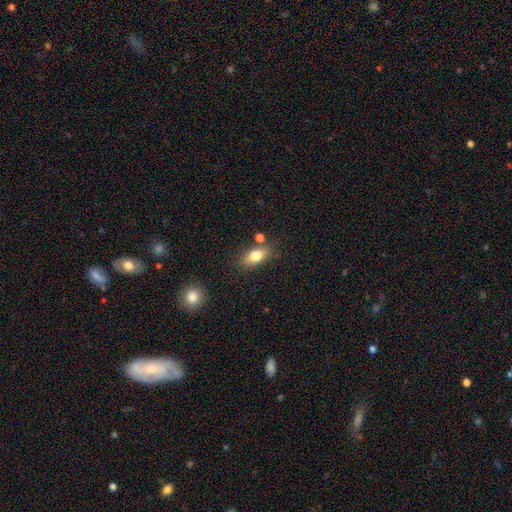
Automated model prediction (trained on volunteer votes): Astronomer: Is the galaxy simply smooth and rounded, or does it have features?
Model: smooth — 80%.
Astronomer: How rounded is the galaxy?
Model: in between — 85%.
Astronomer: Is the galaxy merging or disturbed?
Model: none — 74%.